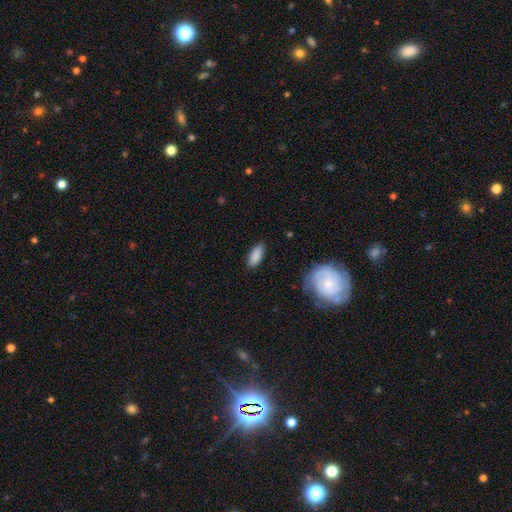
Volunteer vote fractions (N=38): smooth_or_featured: smooth (p=0.92) [alt: star or artifact p=0.05]
how_rounded: in between (p=0.80) [alt: cigar-shaped p=0.17]
merging: none (p=0.72) [alt: minor disturbance p=0.19]